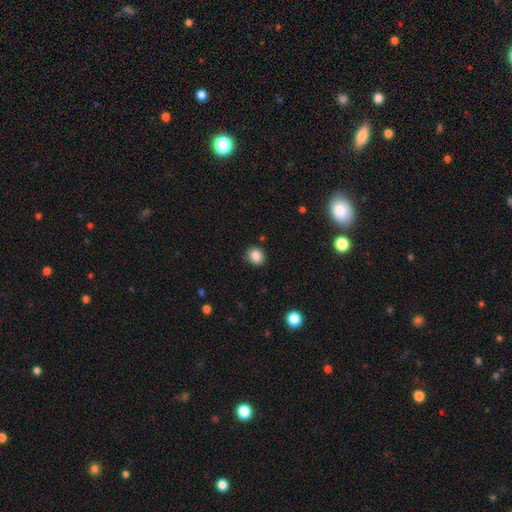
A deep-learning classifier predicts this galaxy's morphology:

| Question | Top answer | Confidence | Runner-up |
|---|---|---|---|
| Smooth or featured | smooth | 85% | star or artifact (10%) |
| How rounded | round | 74% | in between (25%) |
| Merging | none | 87% | minor disturbance (9%) |